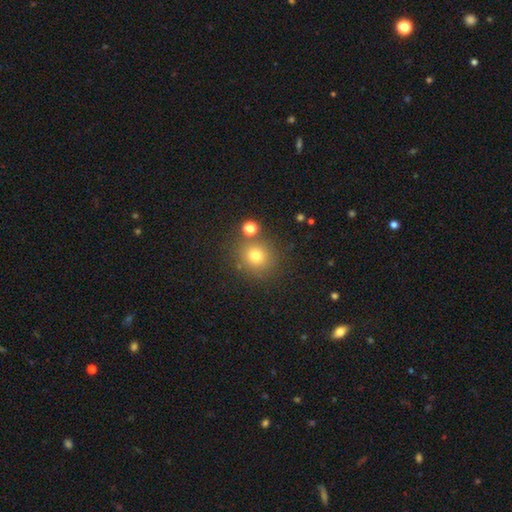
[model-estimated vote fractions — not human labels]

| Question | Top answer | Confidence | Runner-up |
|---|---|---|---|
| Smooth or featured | smooth | 74% | star or artifact (17%) |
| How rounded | round | 87% | in between (12%) |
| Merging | none | 77% | merger (10%) |